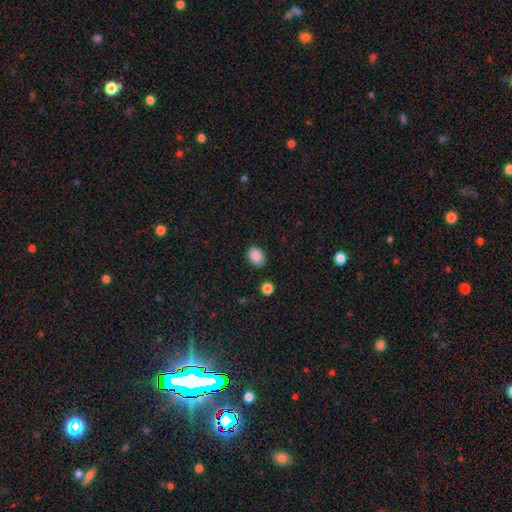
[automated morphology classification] smooth-or-featured: smooth: 88% | star or artifact: 9% | featured or disk: 4%
  how-rounded: in between: 71% | round: 28% | cigar-shaped: 1%
  merging: none: 81% | minor disturbance: 14% | major disturbance: 3% | merger: 2%